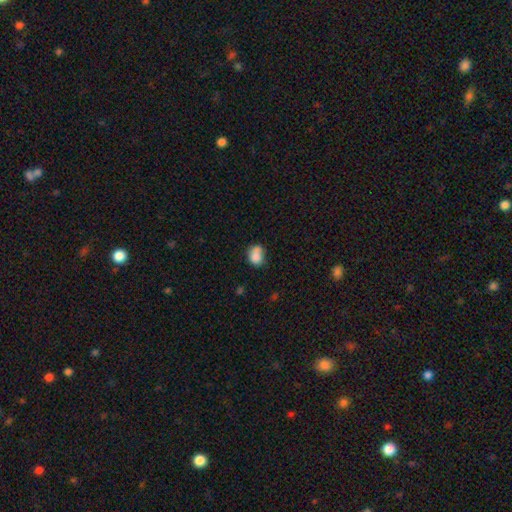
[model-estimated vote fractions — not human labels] smooth_or_featured: smooth (p=0.81) [alt: featured or disk p=0.10]
how_rounded: in between (p=0.61) [alt: round p=0.38]
merging: none (p=0.45) [alt: minor disturbance p=0.28]